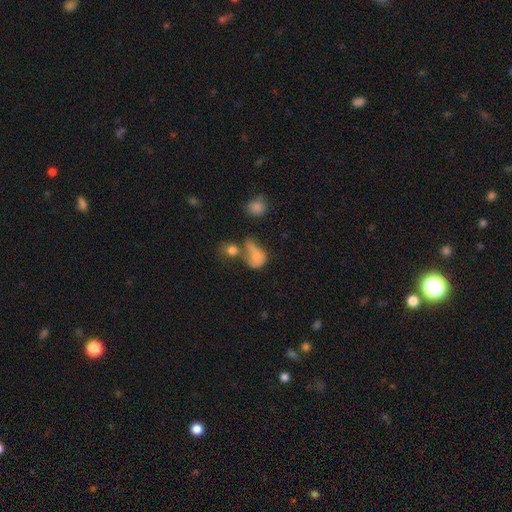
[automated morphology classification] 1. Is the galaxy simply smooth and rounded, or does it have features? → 69% smooth, 18% featured or disk, 13% star or artifact.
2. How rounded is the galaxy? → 64% in between, 33% round, 3% cigar-shaped.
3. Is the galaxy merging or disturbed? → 36% merger, 24% major disturbance, 22% none, 18% minor disturbance.